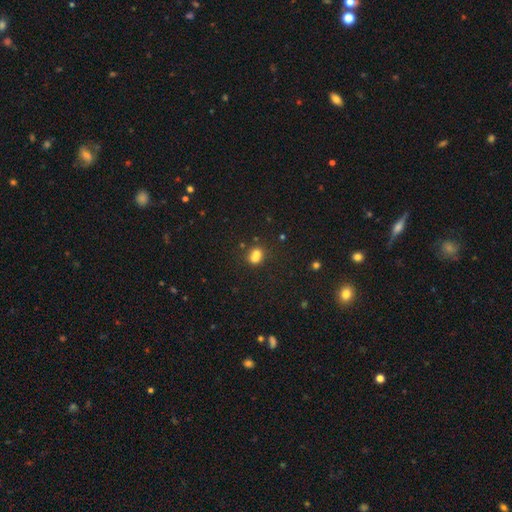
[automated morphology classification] Smooth or featured?
  - smooth: 69% *
  - featured or disk: 16%
  - star or artifact: 15%
How rounded?
  - round: 68% *
  - in between: 31%
  - cigar-shaped: 1%
Merging?
  - merger: 55% *
  - none: 33%
  - minor disturbance: 8%
  - major disturbance: 4%